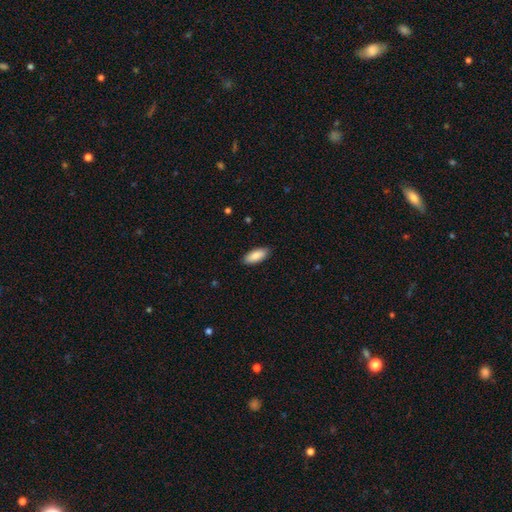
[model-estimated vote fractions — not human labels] A smooth galaxy with no disk features (89%) that is in between round and cigar-shaped (80%).

Vote fractions:
- Smooth or featured? smooth: 89% / featured or disk: 6% / star or artifact: 6%
- How rounded? in between: 80% / cigar-shaped: 18% / round: 2%
- Merging? none: 89% / minor disturbance: 8% / major disturbance: 2% / merger: 1%